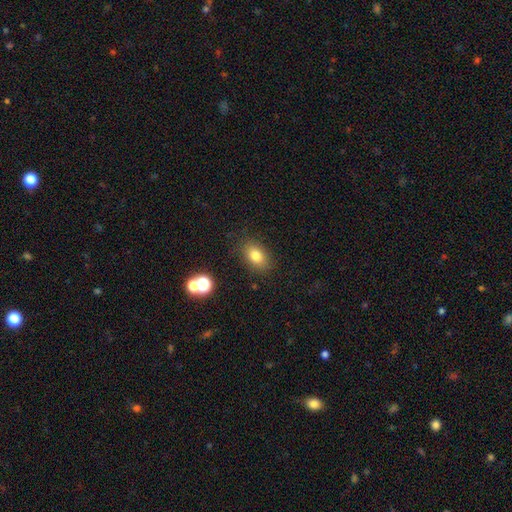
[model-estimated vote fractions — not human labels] smooth_or_featured: smooth (p=0.79) [alt: star or artifact p=0.12]
how_rounded: in between (p=0.81) [alt: round p=0.17]
merging: none (p=0.84) [alt: minor disturbance p=0.11]